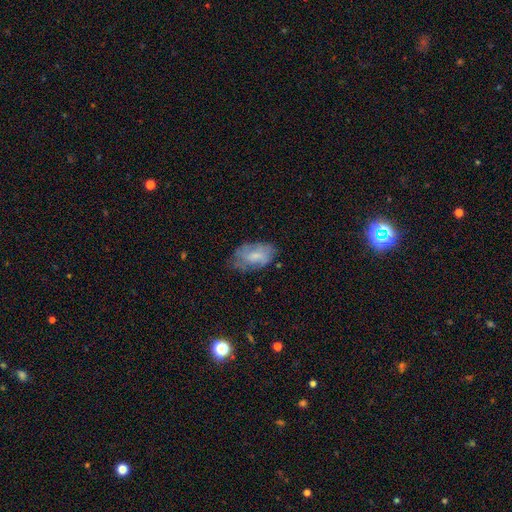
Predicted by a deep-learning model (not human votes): This is possibly a smooth galaxy (55%). How rounded: clearly in between (91%). Merging: possibly none (57%).